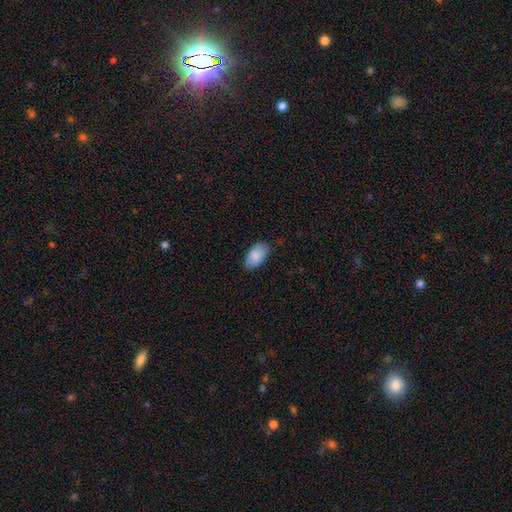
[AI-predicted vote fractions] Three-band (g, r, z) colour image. It shows a smooth galaxy with no disk features (87%) that is in between round and cigar-shaped (95%). Merging: none (78%).